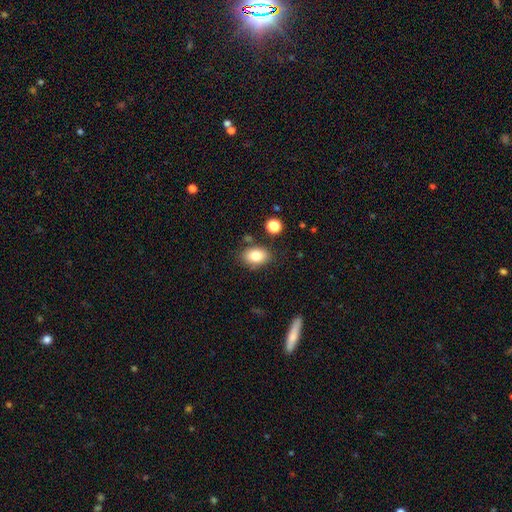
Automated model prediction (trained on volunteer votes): A smooth galaxy with no disk features (81%) that is in between round and cigar-shaped (80%).

Vote fractions:
- Smooth or featured? smooth: 81% / featured or disk: 10% / star or artifact: 9%
- How rounded? in between: 80% / round: 18% / cigar-shaped: 1%
- Merging? none: 79% / minor disturbance: 13% / merger: 5% / major disturbance: 3%